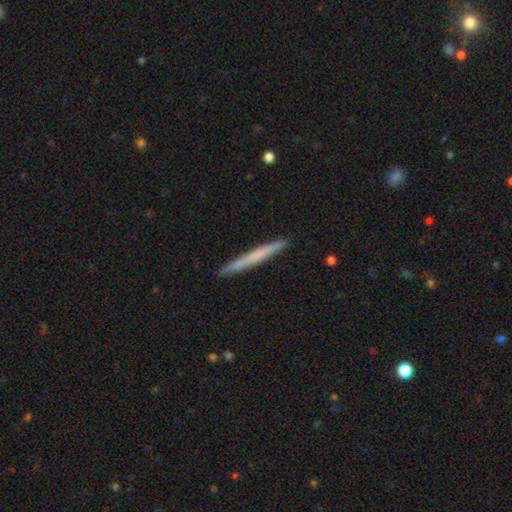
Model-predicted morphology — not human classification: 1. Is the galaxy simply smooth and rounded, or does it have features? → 58% smooth, 37% featured or disk, 5% star or artifact.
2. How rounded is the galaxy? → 97% cigar-shaped, 2% in between, 1% round.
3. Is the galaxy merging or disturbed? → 91% none, 7% minor disturbance, 1% major disturbance, 1% merger.